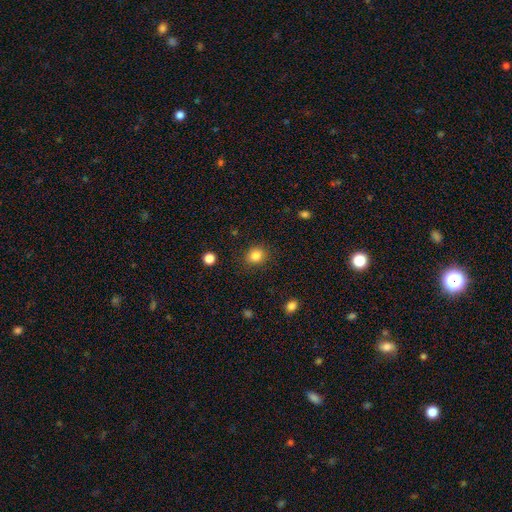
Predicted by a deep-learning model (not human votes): Morphology: type=smooth (84%); roundness=round (73%); merging=none (88%).